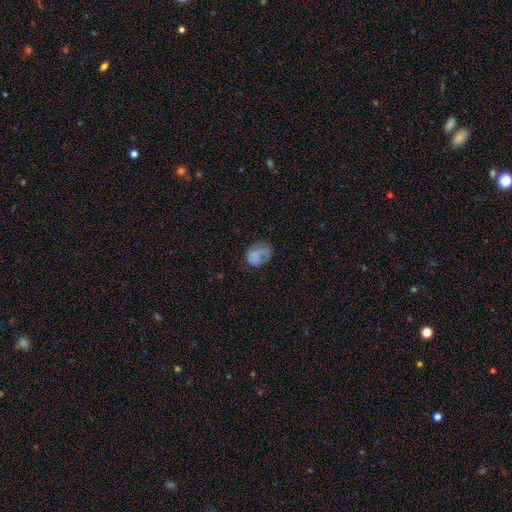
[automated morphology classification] This is likely a smooth galaxy (61%). How rounded: possibly in between (53%). Merging: marginally none (38%).